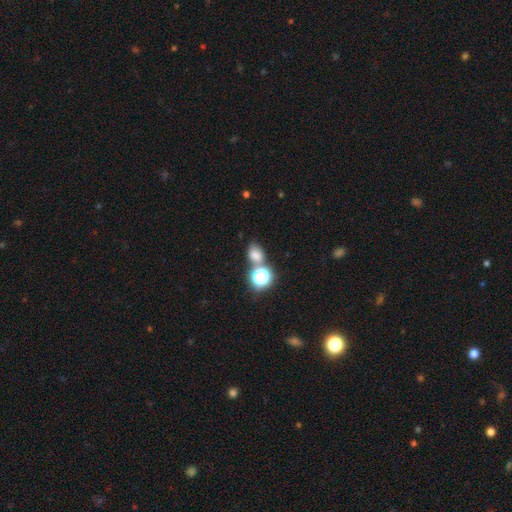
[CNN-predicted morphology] smooth 69%, star or artifact 22%, featured or disk 9%. Down the decision tree: how rounded — in between (62%); merging — none (52%).